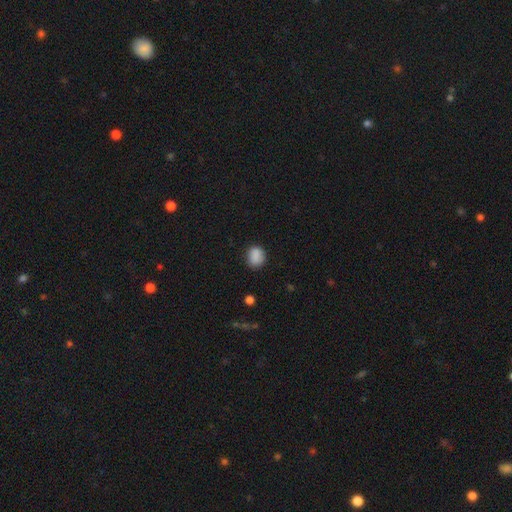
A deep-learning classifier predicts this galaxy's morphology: smooth_or_featured: smooth (p=0.87) [alt: star or artifact p=0.09]
how_rounded: round (p=0.61) [alt: in between p=0.38]
merging: none (p=0.82) [alt: minor disturbance p=0.14]